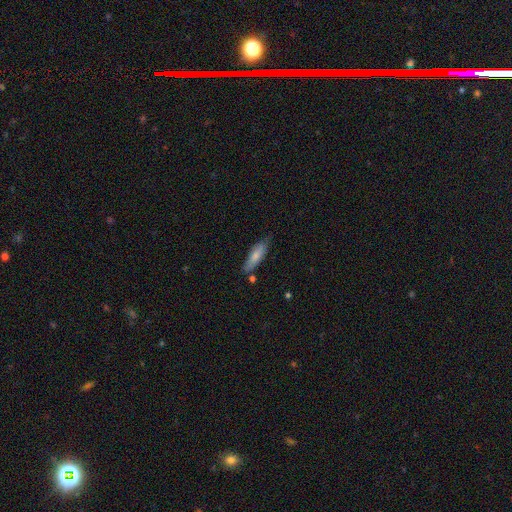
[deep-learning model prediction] Q: Smooth or featured?
A: smooth (75%); runner-up: featured or disk (19%)
Q: How rounded?
A: cigar-shaped (56%); runner-up: in between (42%)
Q: Merging?
A: none (72%); runner-up: minor disturbance (21%)